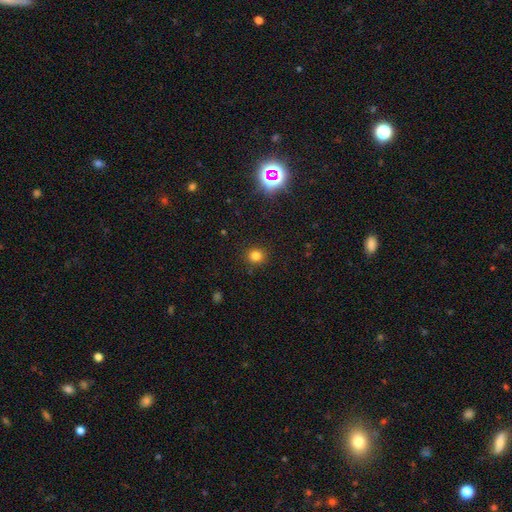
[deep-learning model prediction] Q: Smooth or featured?
A: smooth (80%); runner-up: star or artifact (15%)
Q: How rounded?
A: round (86%); runner-up: in between (13%)
Q: Merging?
A: none (89%); runner-up: minor disturbance (7%)